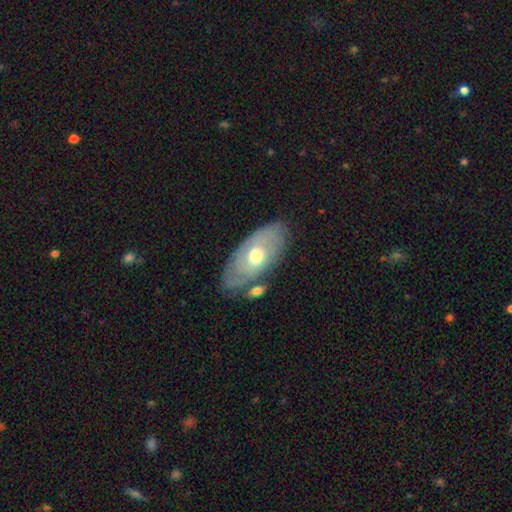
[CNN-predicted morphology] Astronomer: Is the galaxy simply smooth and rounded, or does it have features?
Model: featured or disk — 52% (runner-up: smooth, 42%).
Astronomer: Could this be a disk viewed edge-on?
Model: no — 84%.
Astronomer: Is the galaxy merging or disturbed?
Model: none — 68%.